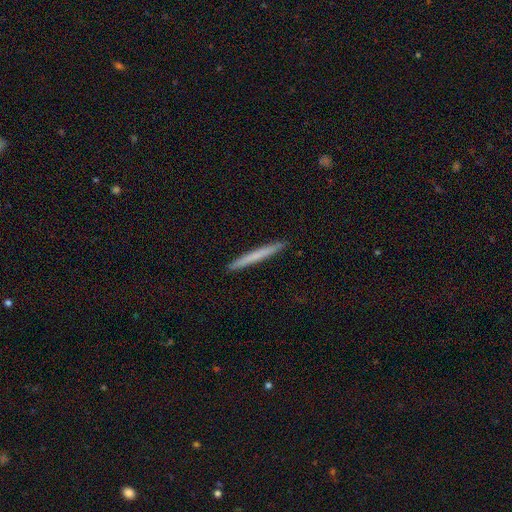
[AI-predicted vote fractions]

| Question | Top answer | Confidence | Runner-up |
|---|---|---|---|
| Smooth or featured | smooth | 65% | featured or disk (30%) |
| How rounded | cigar-shaped | 97% | in between (1%) |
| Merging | none | 93% | minor disturbance (5%) |